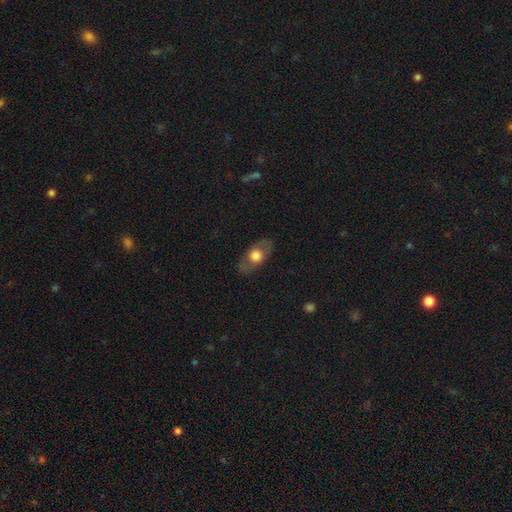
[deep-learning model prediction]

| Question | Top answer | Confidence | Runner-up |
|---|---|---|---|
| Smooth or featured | smooth | 52% | featured or disk (42%) |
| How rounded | in between | 77% | round (19%) |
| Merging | none | 80% | minor disturbance (13%) |